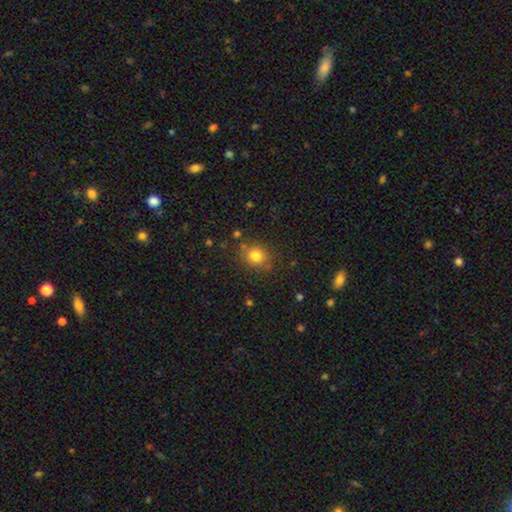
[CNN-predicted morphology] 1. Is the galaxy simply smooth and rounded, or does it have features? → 80% smooth, 13% star or artifact, 7% featured or disk.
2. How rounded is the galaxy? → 76% round, 23% in between, 1% cigar-shaped.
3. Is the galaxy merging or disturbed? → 79% none, 12% minor disturbance, 4% merger, 4% major disturbance.